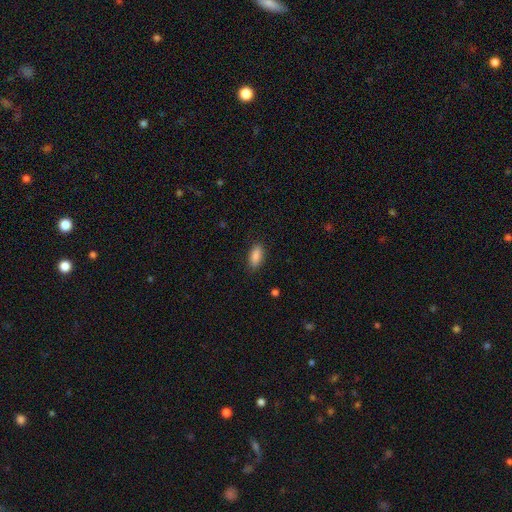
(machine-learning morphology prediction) Smooth or featured? Predicted: smooth (p=0.87). How rounded? Predicted: in between (p=0.85). Merging? Predicted: none (p=0.85).